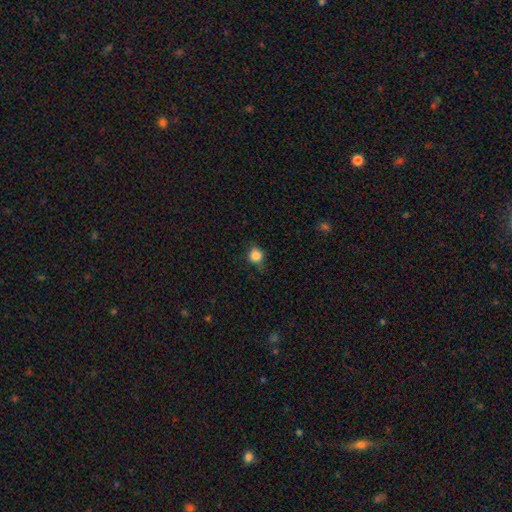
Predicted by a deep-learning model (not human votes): The model was most divided on "merging": none: 72%, minor disturbance: 22%, major disturbance: 5%, merger: 1%. More confident: smooth or featured — smooth (84%); how rounded — round (84%).